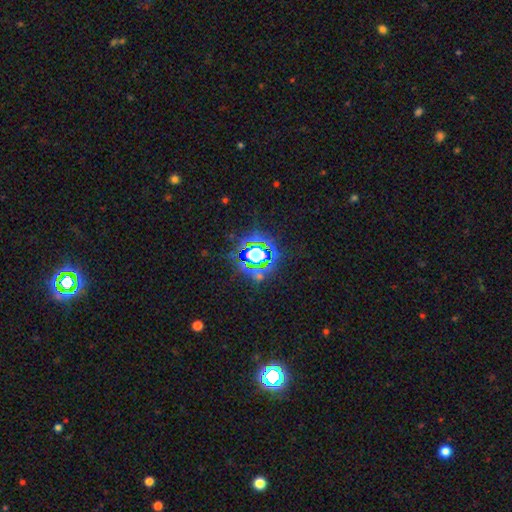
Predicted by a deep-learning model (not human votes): Q: Smooth or featured?
A: star or artifact (72%); runner-up: smooth (16%)